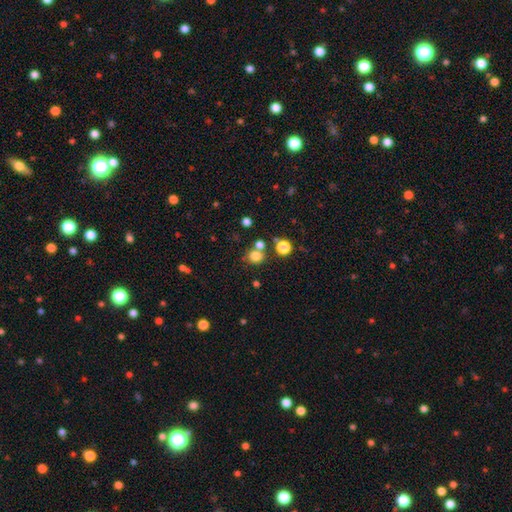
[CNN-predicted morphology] This is likely a smooth galaxy (76%). How rounded: clearly round (81%). Merging: likely none (66%).